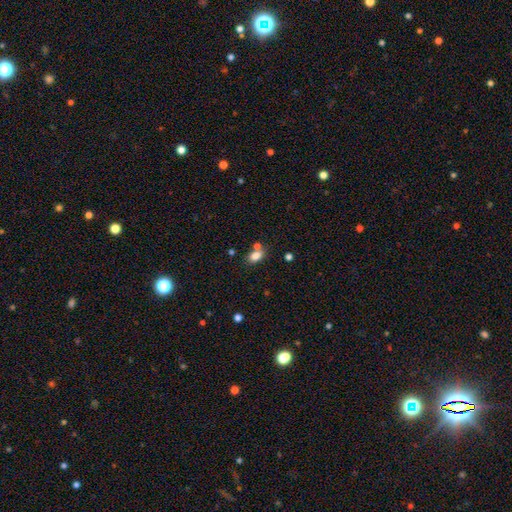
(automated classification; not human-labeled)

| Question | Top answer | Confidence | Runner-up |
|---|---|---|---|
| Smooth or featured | smooth | 80% | star or artifact (11%) |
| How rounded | in between | 79% | round (19%) |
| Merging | none | 57% | merger (26%) |